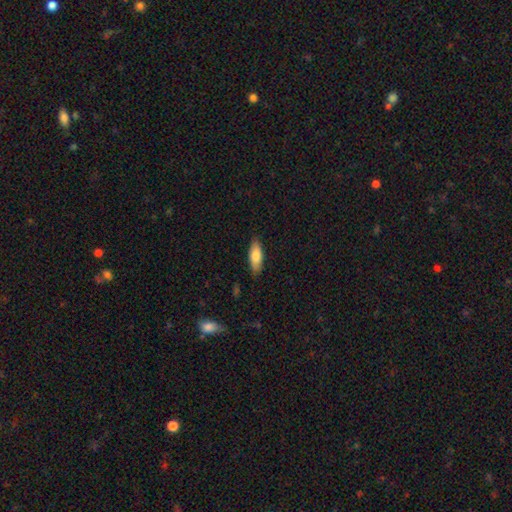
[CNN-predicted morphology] Smooth or featured?
  - smooth: 79% *
  - featured or disk: 15%
  - star or artifact: 6%
How rounded?
  - in between: 66% *
  - cigar-shaped: 32%
  - round: 2%
Merging?
  - none: 84% *
  - minor disturbance: 12%
  - major disturbance: 2%
  - merger: 1%